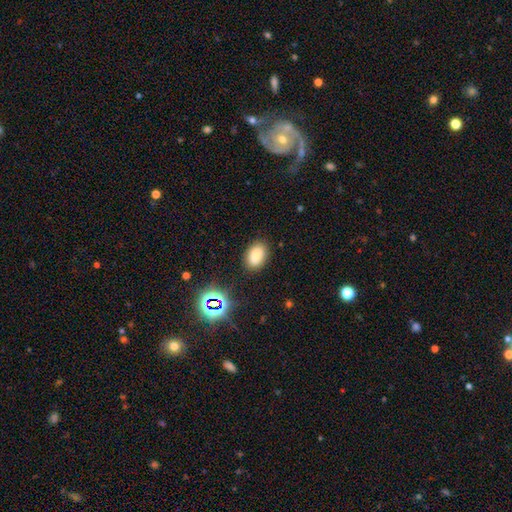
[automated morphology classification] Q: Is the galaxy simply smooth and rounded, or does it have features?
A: smooth — 80%.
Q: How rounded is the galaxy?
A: in between — 85%.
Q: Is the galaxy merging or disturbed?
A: none — 84%.